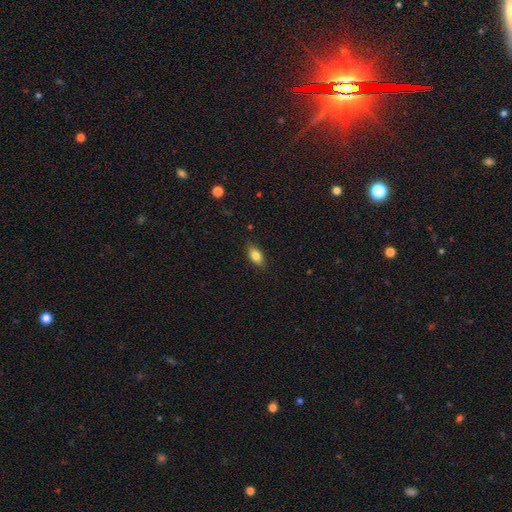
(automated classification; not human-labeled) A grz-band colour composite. It shows a smooth galaxy with no disk features (83%) that is in between round and cigar-shaped (87%). Merging: none (83%).